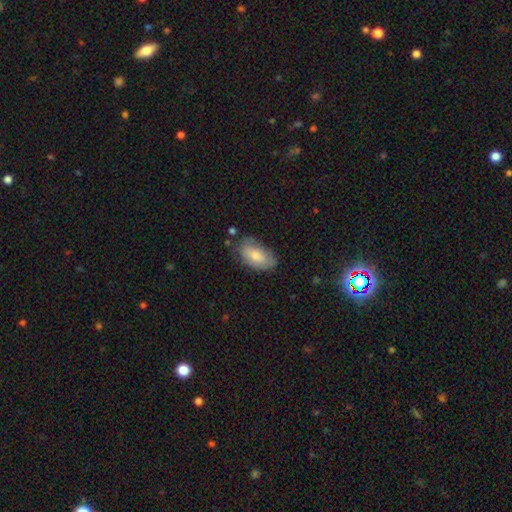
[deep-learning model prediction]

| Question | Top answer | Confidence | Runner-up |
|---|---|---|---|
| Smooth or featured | smooth | 70% | featured or disk (24%) |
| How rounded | in between | 93% | round (4%) |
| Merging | none | 63% | minor disturbance (27%) |